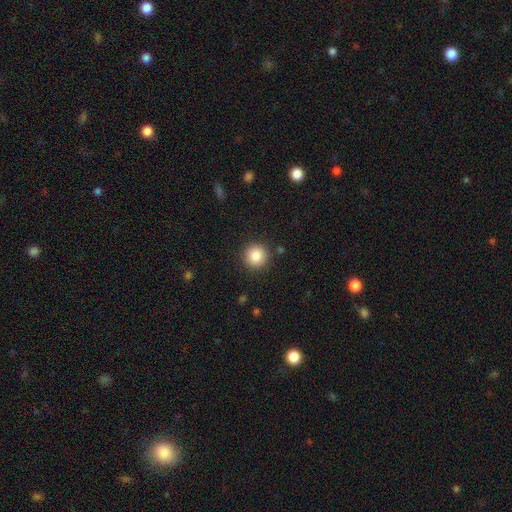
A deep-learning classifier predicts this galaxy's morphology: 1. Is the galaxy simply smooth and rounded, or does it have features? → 86% smooth, 9% star or artifact, 4% featured or disk.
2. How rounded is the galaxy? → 94% round, 5% in between, 1% cigar-shaped.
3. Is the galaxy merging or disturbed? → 90% none, 6% minor disturbance, 2% major disturbance, 1% merger.